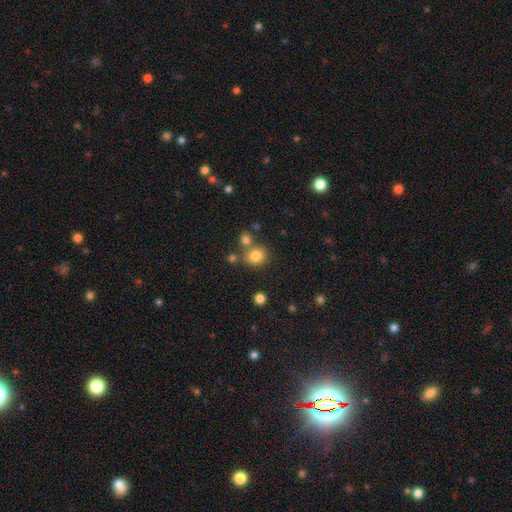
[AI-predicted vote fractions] This is clearly a smooth galaxy (80%). How rounded: likely round (78%). Merging: likely none (69%).